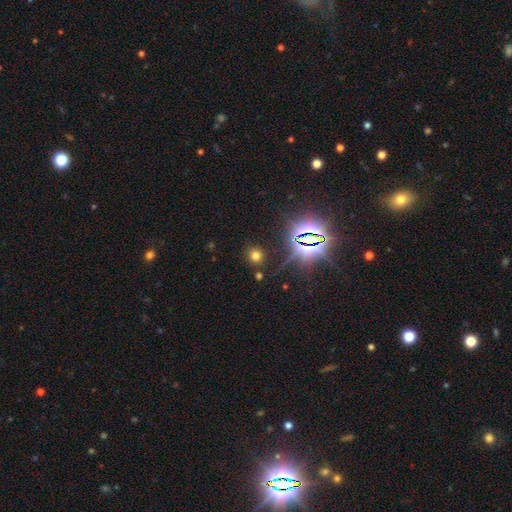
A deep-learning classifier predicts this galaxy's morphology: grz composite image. It shows a smooth galaxy with no disk features (60%) that is round (85%). Merging: none (85%).